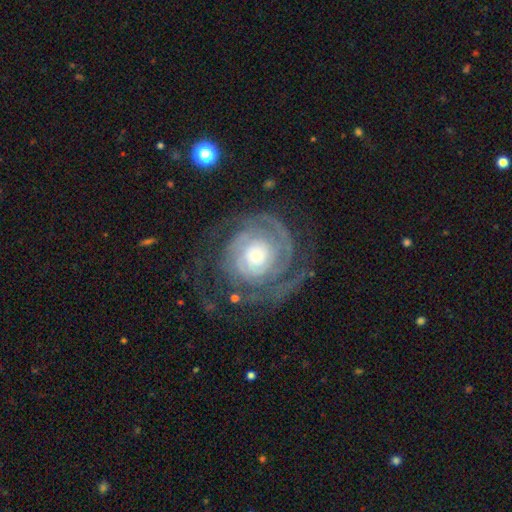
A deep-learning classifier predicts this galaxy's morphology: The model was most divided on "spiral arm count": 2: 35%, can't tell: 27%, 3: 15%, 1: 9%, 4: 7%, more than 4: 6%. Remaining: edge-on disk — no (98%); spiral arms — yes (95%); smooth or featured — featured or disk (86%); bar — no (79%); spiral winding — tight (74%); merging — none (68%); bulge size — moderate (45%).